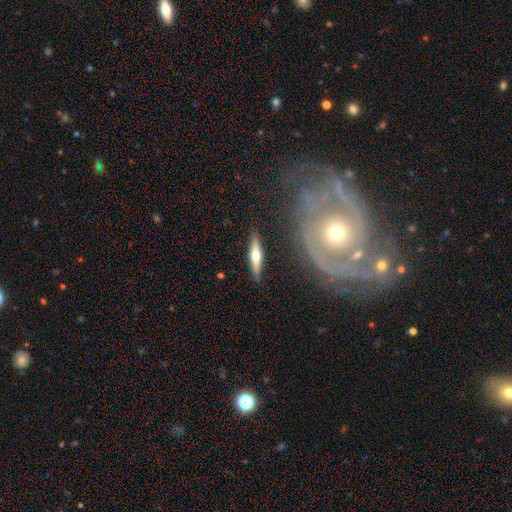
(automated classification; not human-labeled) Smooth or featured? featured or disk (52%)
Edge-on disk? yes (92%)
Merging? none (87%)